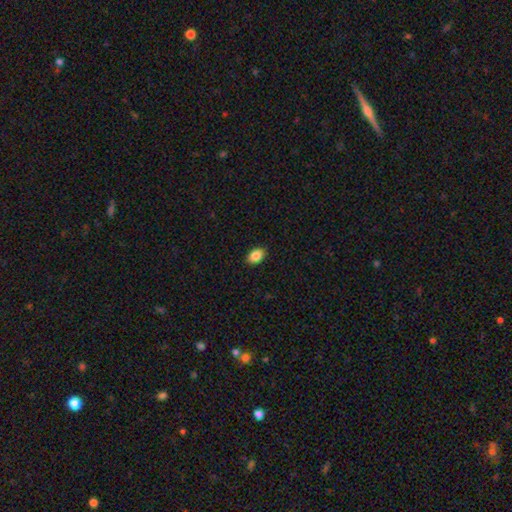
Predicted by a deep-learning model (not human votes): Morphology: type=smooth (87%); roundness=in between (87%); merging=none (89%).